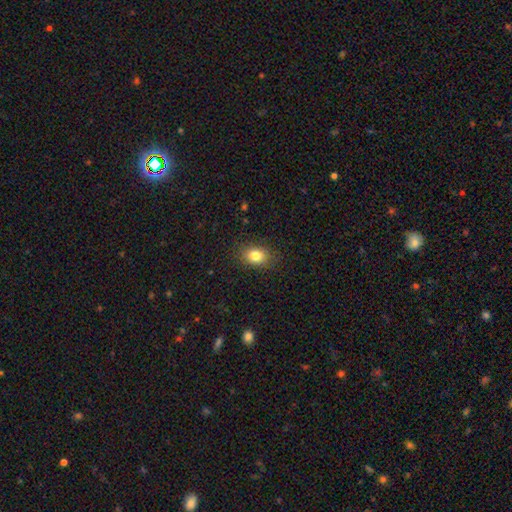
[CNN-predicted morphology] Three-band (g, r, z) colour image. It shows a smooth galaxy with no disk features (83%) that is in between round and cigar-shaped (68%). Merging: none (86%).